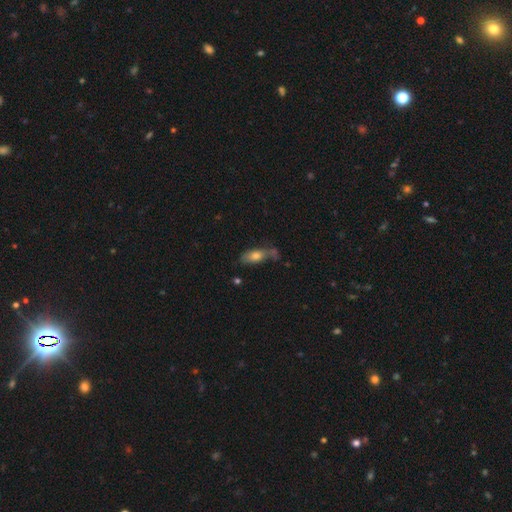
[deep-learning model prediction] This is likely a smooth galaxy (68%). How rounded: likely in between (74%). Merging: possibly none (46%).